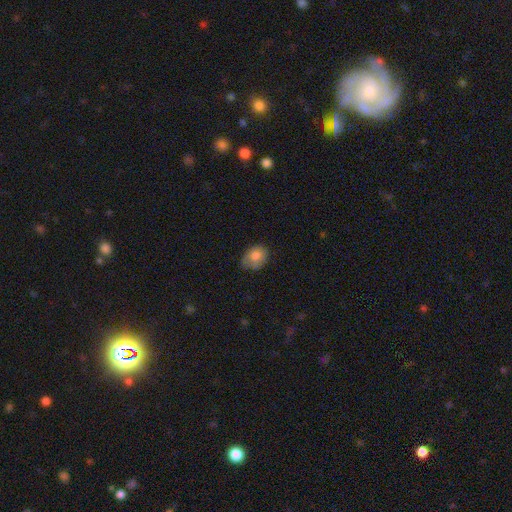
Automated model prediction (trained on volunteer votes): Overall: smooth (79%). How rounded: in between (62%; round 37%). Merging: none (55%; minor disturbance 34%).